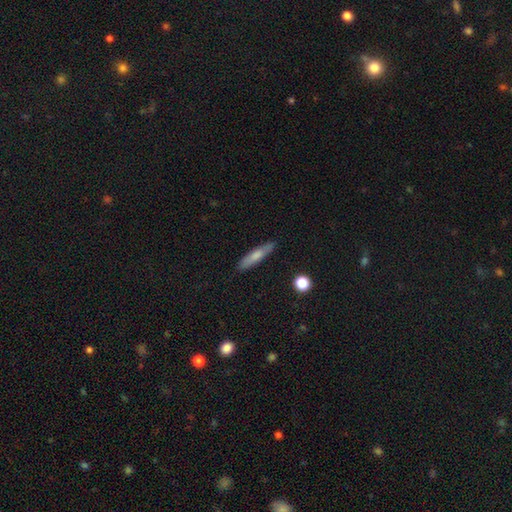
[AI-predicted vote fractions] Smooth or featured?
  - smooth: 68% *
  - featured or disk: 26%
  - star or artifact: 6%
How rounded?
  - cigar-shaped: 86% *
  - in between: 12%
  - round: 2%
Merging?
  - none: 87% *
  - minor disturbance: 10%
  - major disturbance: 2%
  - merger: 1%